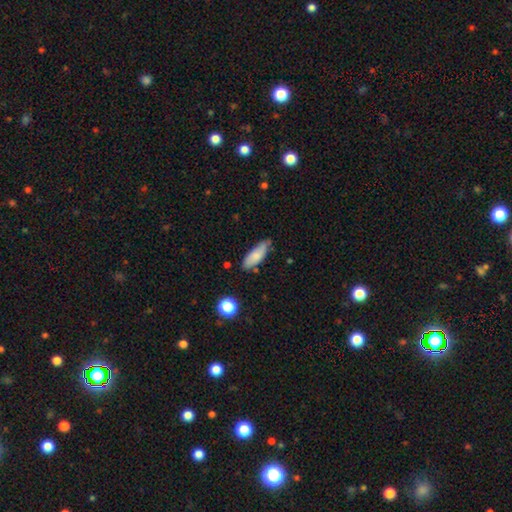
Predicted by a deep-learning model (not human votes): The model was most divided on "how rounded": in between: 67%, cigar-shaped: 31%, round: 2%. More confident: smooth or featured — smooth (78%); merging — none (70%).